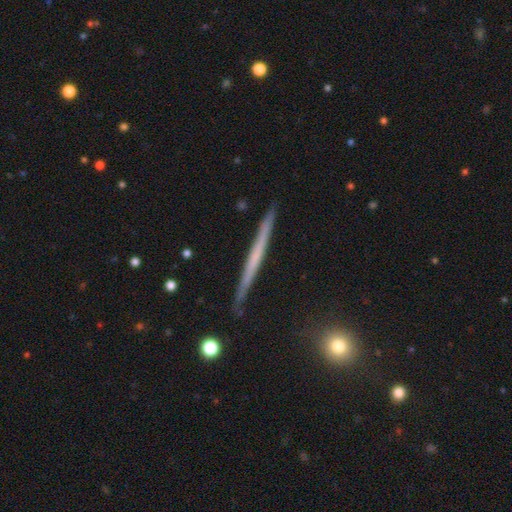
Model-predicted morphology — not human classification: A featured or disk galaxy (59%) viewed edge-on (97%) with no central bulge (89%).

Vote fractions:
- Smooth or featured? featured or disk: 59% / smooth: 35% / star or artifact: 6%
- Edge-on disk? yes: 97% / no: 3%
- Edge-on bulge? none: 89% / rounded: 7% / boxy: 4%
- Merging? none: 89% / minor disturbance: 8% / major disturbance: 1% / merger: 1%